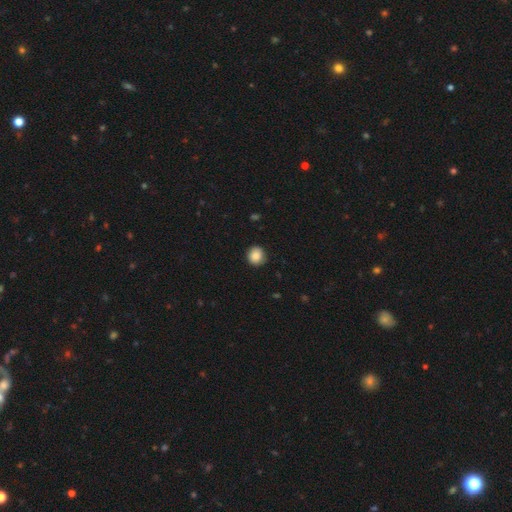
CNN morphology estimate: smooth 87%, star or artifact 8%, featured or disk 5%. Down the decision tree: how rounded — round (87%); merging — none (88%).